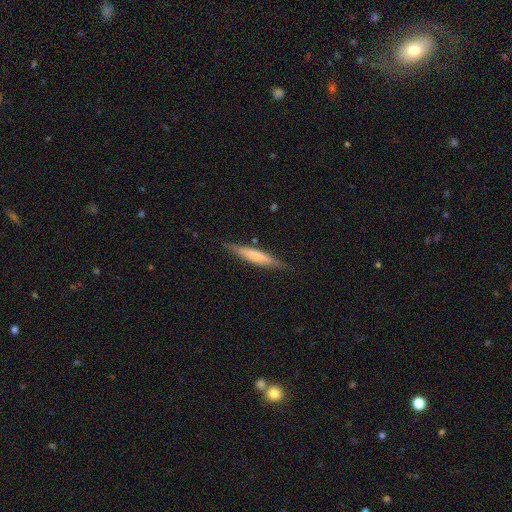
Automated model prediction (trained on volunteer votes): Smooth or featured? smooth (47%, tied with featured or disk)
Merging? none (84%)